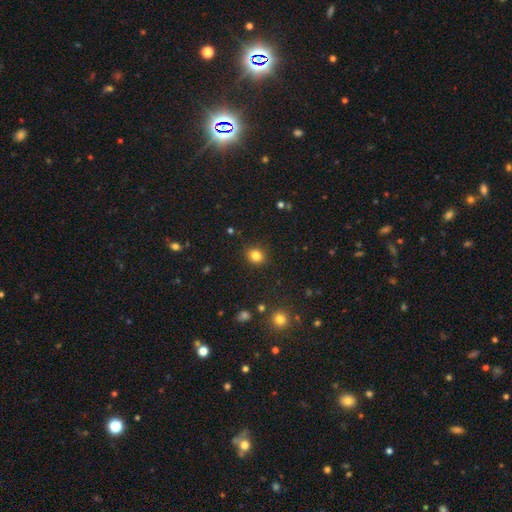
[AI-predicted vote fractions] Smooth or featured? smooth (82%)
How rounded? round (72%)
Merging? none (88%)